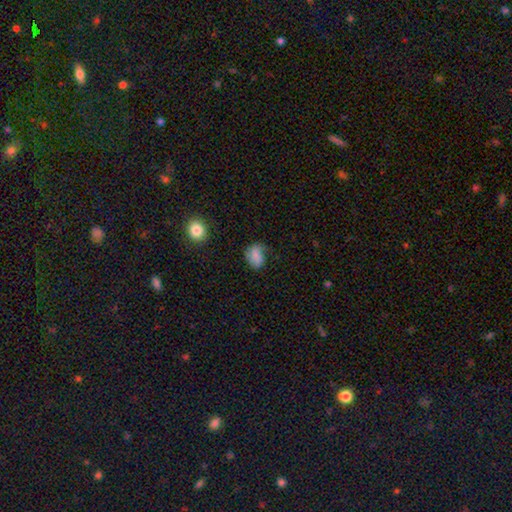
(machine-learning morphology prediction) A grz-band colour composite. It shows a smooth galaxy with no disk features (78%) that is in between round and cigar-shaped (70%). Merging: none (50%).